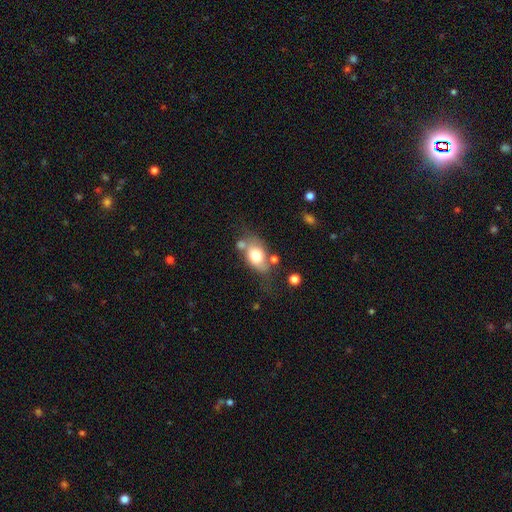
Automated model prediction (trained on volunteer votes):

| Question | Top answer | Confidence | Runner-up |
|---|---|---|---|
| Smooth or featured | smooth | 70% | featured or disk (22%) |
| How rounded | in between | 80% | round (17%) |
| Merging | none | 52% | minor disturbance (23%) |